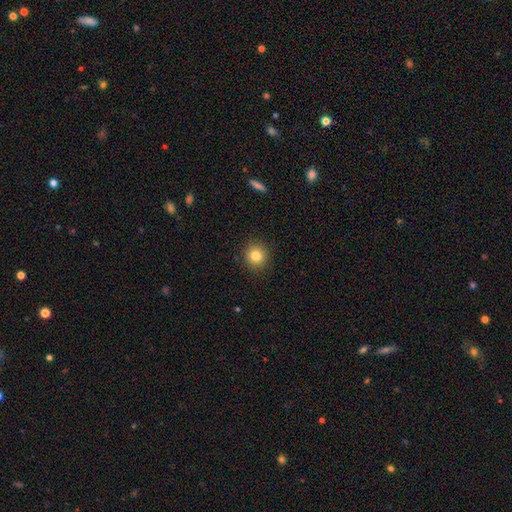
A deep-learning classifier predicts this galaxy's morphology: Smooth or featured: smooth — 82% (star or artifact — 11%)
How rounded: round — 91% (in between — 8%)
Merging: none — 91% (minor disturbance — 6%)